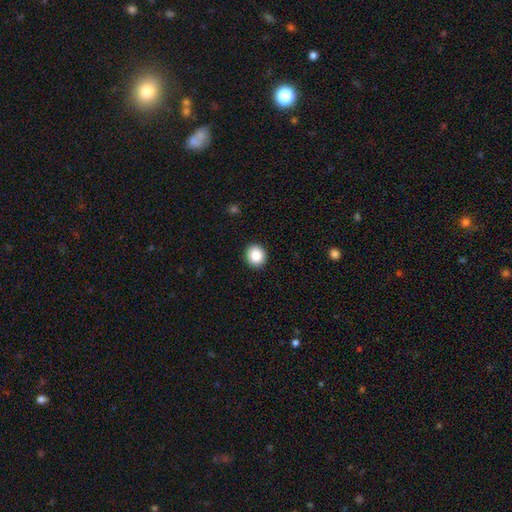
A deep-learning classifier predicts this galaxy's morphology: The model was most divided on "how rounded": round: 84%, in between: 15%, cigar-shaped: 1%. More confident: merging — none (92%); smooth or featured — smooth (87%).